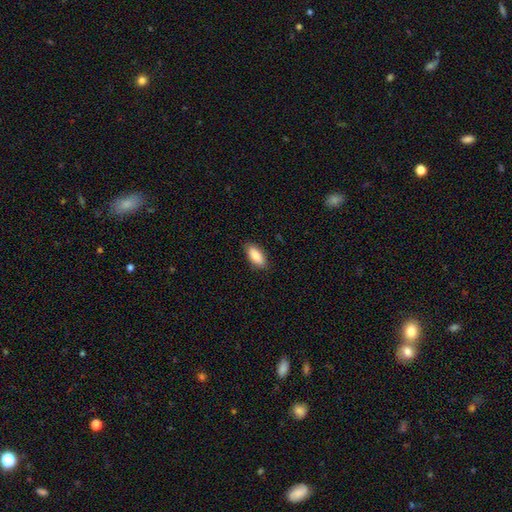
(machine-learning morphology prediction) Smooth or featured?
  - smooth: 89% *
  - star or artifact: 6%
  - featured or disk: 5%
How rounded?
  - in between: 87% *
  - cigar-shaped: 11%
  - round: 2%
Merging?
  - none: 86% *
  - minor disturbance: 11%
  - major disturbance: 2%
  - merger: 1%